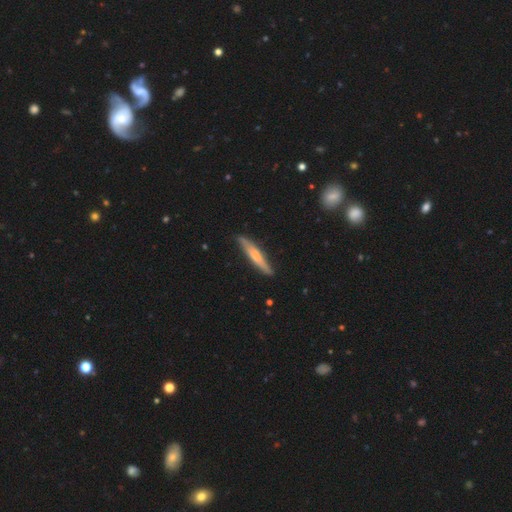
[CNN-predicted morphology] A smooth galaxy with no disk features (50%) that is cigar-shaped (92%). Merging: none (83%).